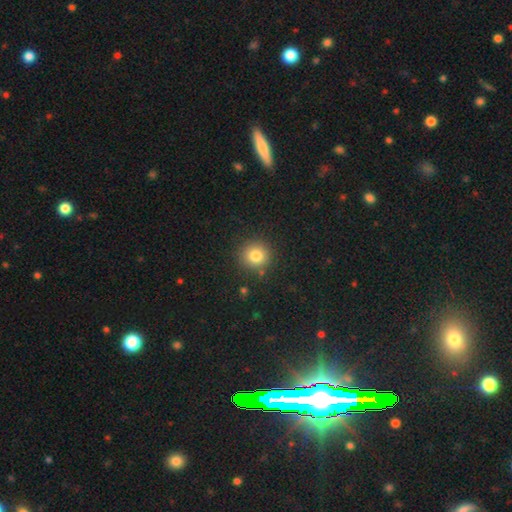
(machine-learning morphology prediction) This is clearly a smooth galaxy (81%). How rounded: clearly round (93%). Merging: clearly none (89%).